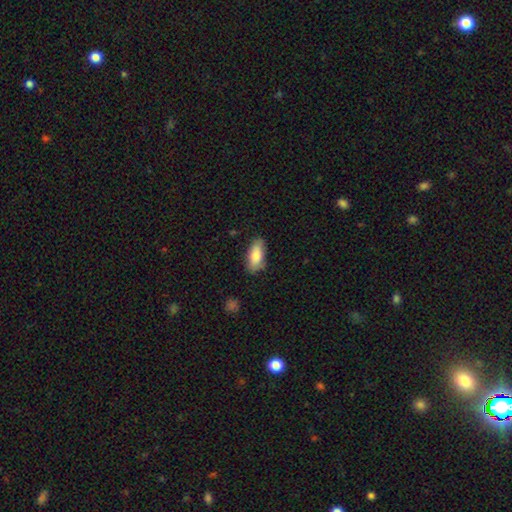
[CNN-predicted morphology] smooth 82%, featured or disk 11%, star or artifact 6%. Down the decision tree: how rounded — in between (87%); merging — none (76%).